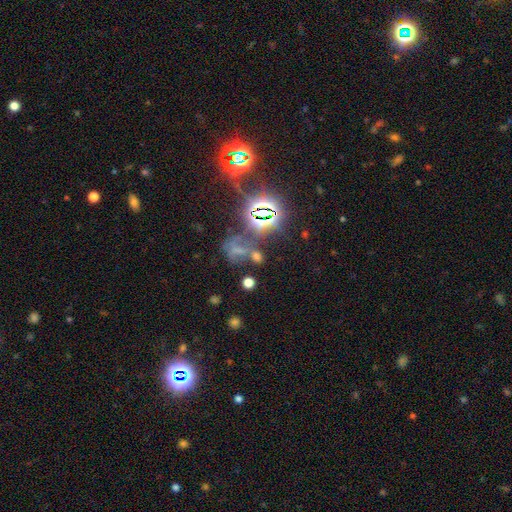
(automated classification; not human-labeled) A star or artifact, not a galaxy (48%).

Vote fractions:
- Smooth or featured? star or artifact: 48% / smooth: 39% / featured or disk: 13%